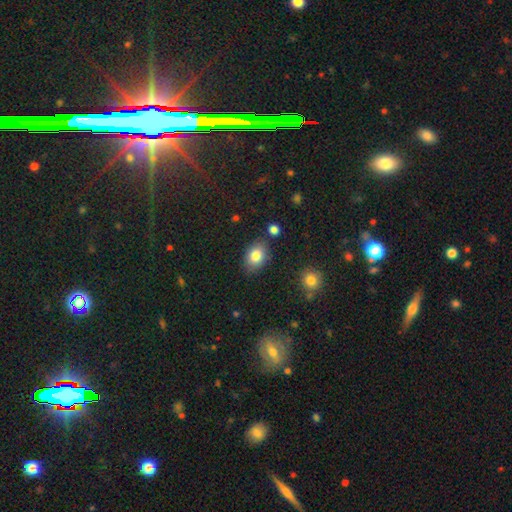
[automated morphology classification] Smooth or featured? smooth (82%)
How rounded? in between (78%)
Merging? none (81%)